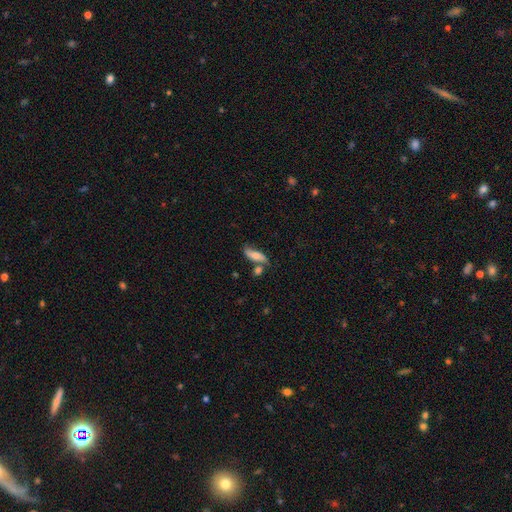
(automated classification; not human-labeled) Q: Smooth or featured?
A: smooth (60%); runner-up: featured or disk (33%)
Q: How rounded?
A: in between (59%); runner-up: cigar-shaped (38%)
Q: Merging?
A: none (51%); runner-up: minor disturbance (21%)